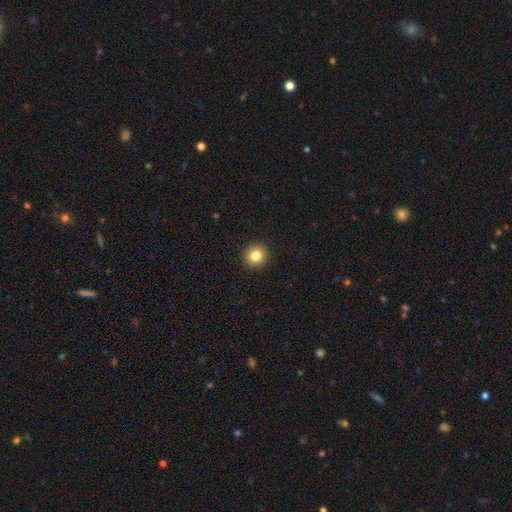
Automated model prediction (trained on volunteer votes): smooth 83%, star or artifact 10%, featured or disk 6%. Down the decision tree: how rounded — round (92%); merging — none (93%).